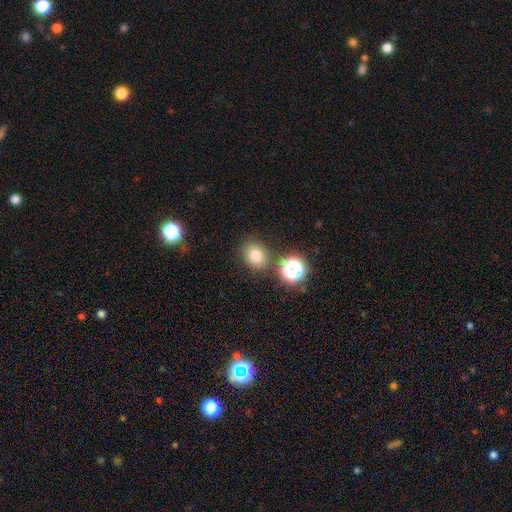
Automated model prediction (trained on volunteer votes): smooth_or_featured: smooth (p=0.75) [alt: star or artifact p=0.17]
how_rounded: round (p=0.60) [alt: in between p=0.40]
merging: none (p=0.78) [alt: minor disturbance p=0.11]